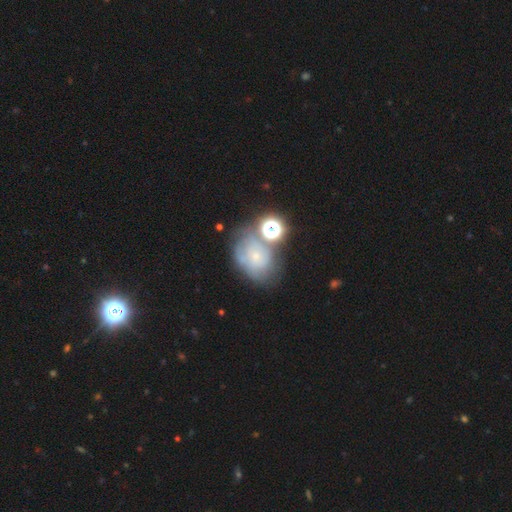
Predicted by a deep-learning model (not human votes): This appears to be a featured or disk galaxy (44%). Merging: none (44%).